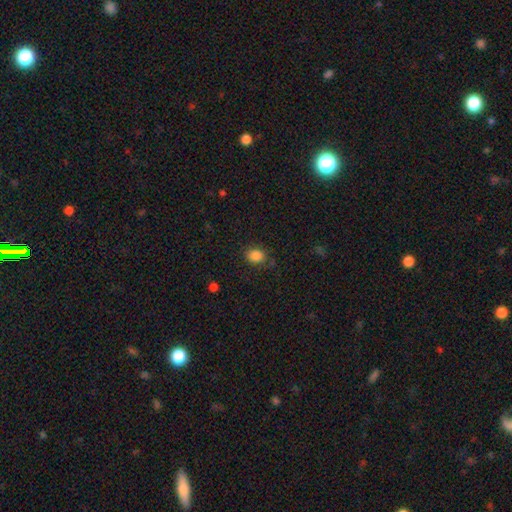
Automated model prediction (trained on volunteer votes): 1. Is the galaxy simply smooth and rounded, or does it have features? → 85% smooth, 11% star or artifact, 5% featured or disk.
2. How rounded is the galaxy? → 50% round, 49% in between, 1% cigar-shaped.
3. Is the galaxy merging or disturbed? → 81% none, 13% minor disturbance, 4% major disturbance, 2% merger.